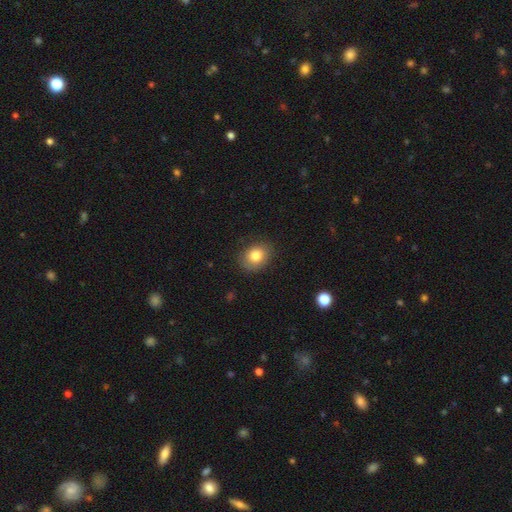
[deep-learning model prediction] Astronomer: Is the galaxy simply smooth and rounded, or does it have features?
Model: smooth — 80%.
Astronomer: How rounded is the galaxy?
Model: in between — 53% (runner-up: round, 46%).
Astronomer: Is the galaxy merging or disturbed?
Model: none — 83%.